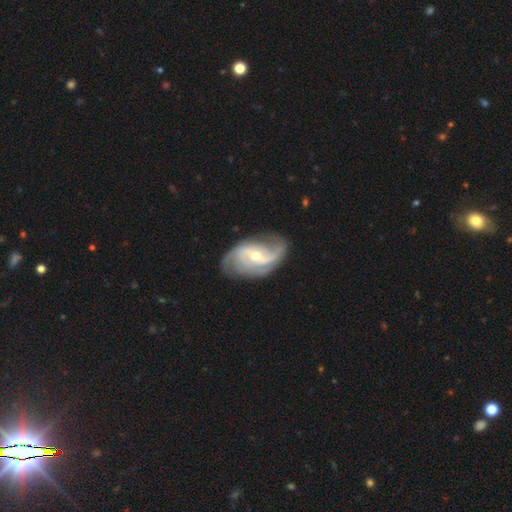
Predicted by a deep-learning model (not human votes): This appears to be a featured or disk galaxy (88%) with a weak bar (49%), 2 (55%) medium (47%) spiral arms (96%) and a small central bulge (49%). Merging: none (69%).